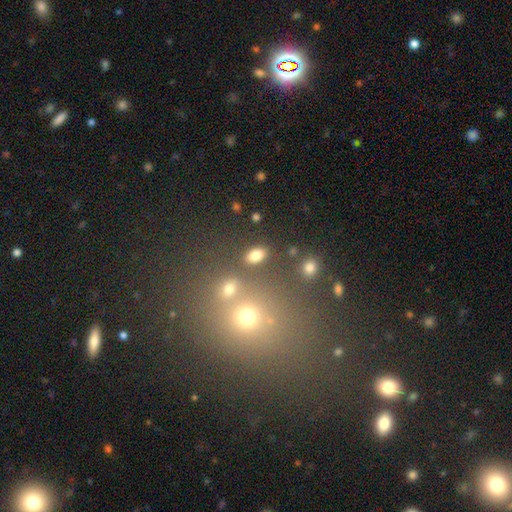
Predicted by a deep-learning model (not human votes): Smooth or featured? smooth (81%)
How rounded? in between (86%)
Merging? none (80%)